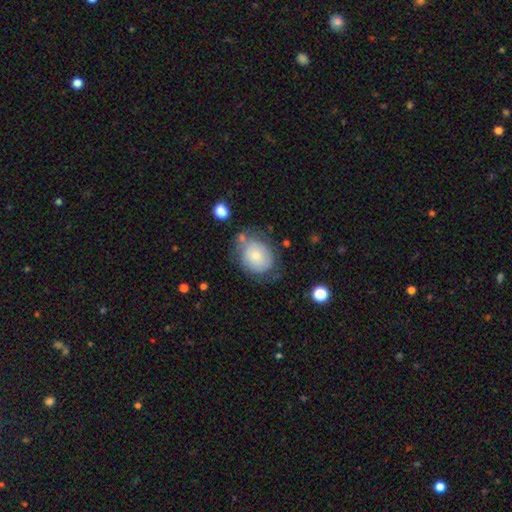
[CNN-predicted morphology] type=smooth (70%); roundness=round (52%); merging=none (51%).